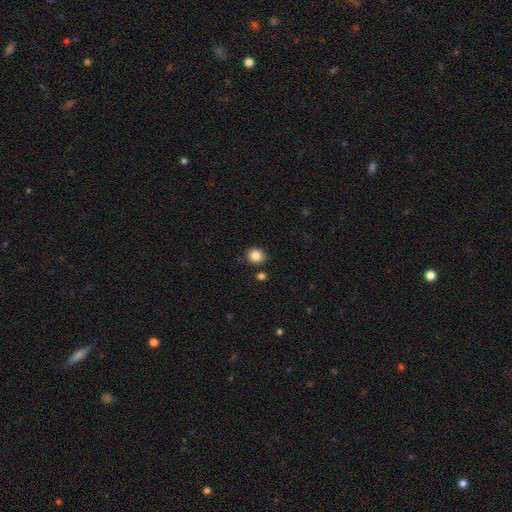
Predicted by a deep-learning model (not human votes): Smooth or featured?
  - smooth: 85% *
  - star or artifact: 10%
  - featured or disk: 5%
How rounded?
  - round: 79% *
  - in between: 20%
  - cigar-shaped: 1%
Merging?
  - none: 86% *
  - minor disturbance: 8%
  - merger: 4%
  - major disturbance: 2%